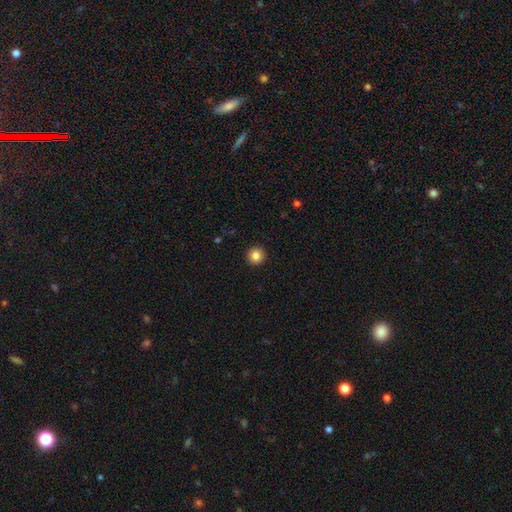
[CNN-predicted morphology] This is clearly a smooth galaxy (85%). How rounded: clearly round (95%). Merging: clearly none (93%).